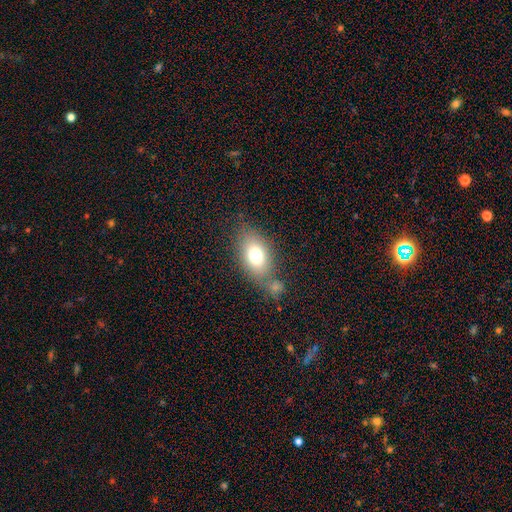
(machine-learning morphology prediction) The model was most divided on "merging": none: 57%, merger: 21%, minor disturbance: 16%, major disturbance: 7%. More confident: how rounded — in between (83%); smooth or featured — smooth (73%).